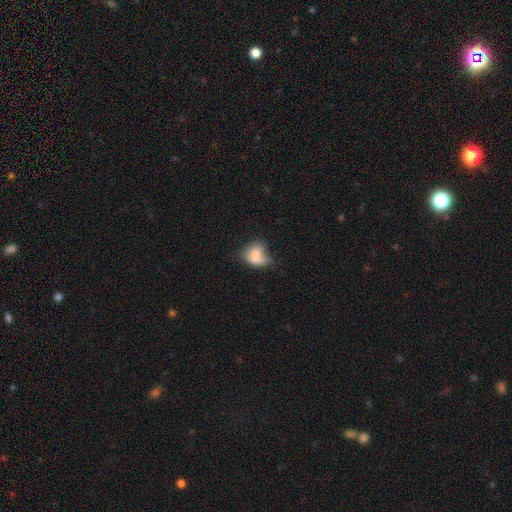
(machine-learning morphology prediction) A smooth galaxy with no disk features (66%) that is in between round and cigar-shaped (59%).

Vote fractions:
- Smooth or featured? smooth: 66% / featured or disk: 24% / star or artifact: 10%
- How rounded? in between: 59% / round: 39% / cigar-shaped: 2%
- Merging? none: 28% / minor disturbance: 27% / merger: 25% / major disturbance: 20%